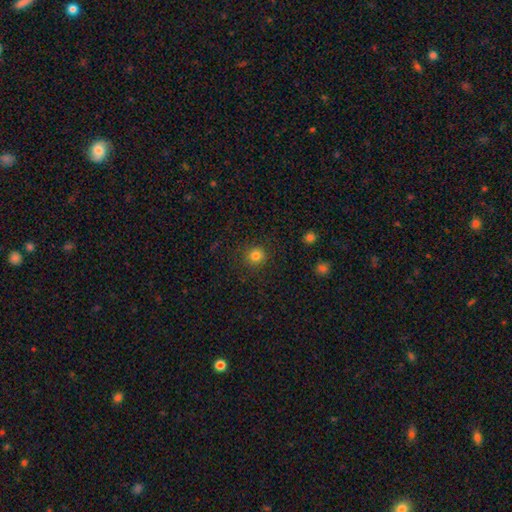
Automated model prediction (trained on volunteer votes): Smooth or featured?
  - smooth: 81% *
  - star or artifact: 13%
  - featured or disk: 5%
How rounded?
  - round: 92% *
  - in between: 7%
  - cigar-shaped: 1%
Merging?
  - none: 88% *
  - minor disturbance: 8%
  - major disturbance: 3%
  - merger: 1%